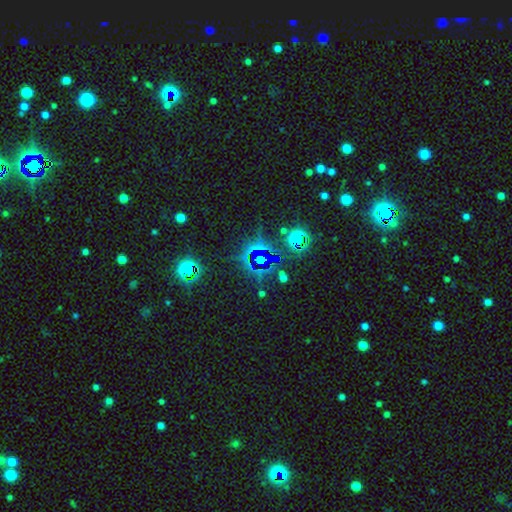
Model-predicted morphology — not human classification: smooth_or_featured: star or artifact (p=0.80) [alt: smooth p=0.10]